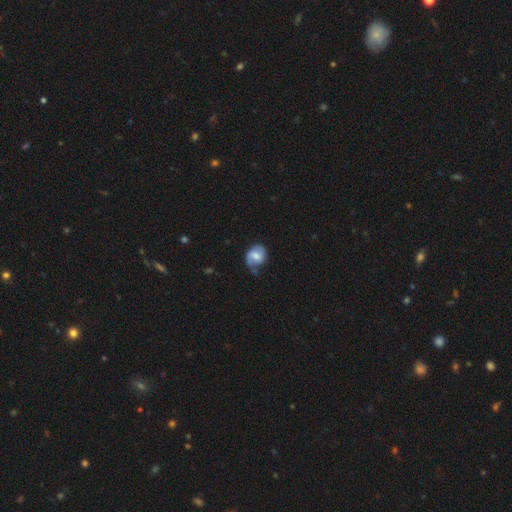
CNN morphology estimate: featured or disk 50%, smooth 42%, star or artifact 7%. Down the decision tree: edge-on disk — no (97%); merging — none (43%).